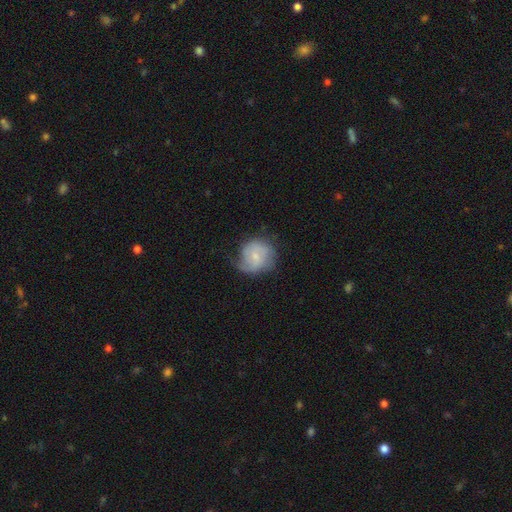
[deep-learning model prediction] Smooth or featured? Predicted: featured or disk (p=0.49). Merging? Predicted: none (p=0.52).